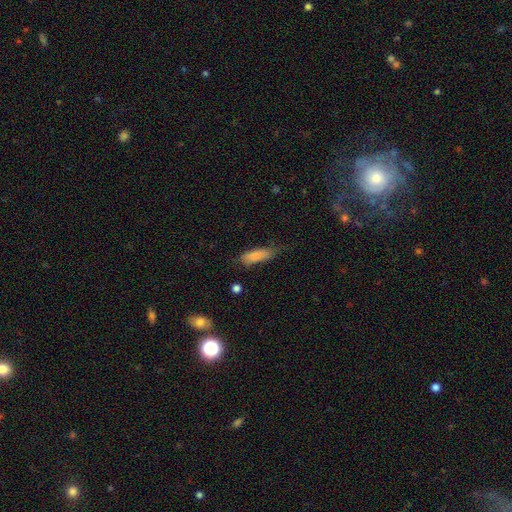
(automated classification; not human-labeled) Smooth or featured? Predicted: smooth (p=0.84). How rounded? Predicted: in between (p=0.51). Merging? Predicted: none (p=0.50).